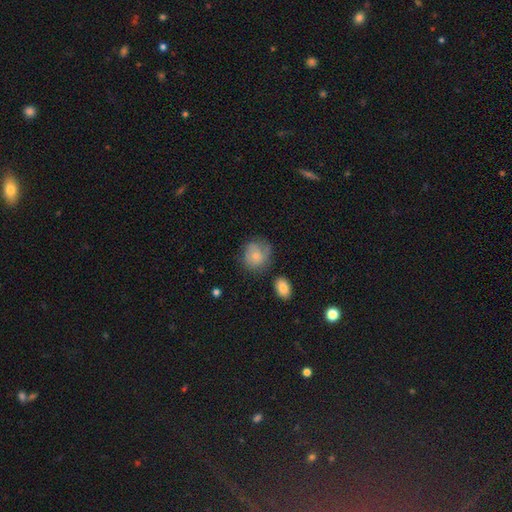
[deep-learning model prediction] Morphology: type=smooth (70%); roundness=round (72%); merging=none (54%).